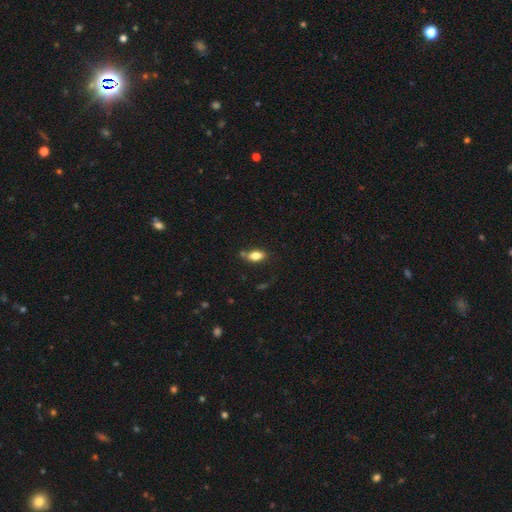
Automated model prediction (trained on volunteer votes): Overall: smooth (80%). How rounded: in between (88%). Merging: none (69%).